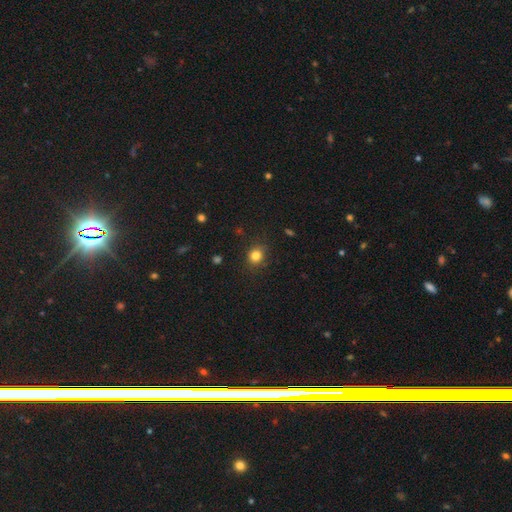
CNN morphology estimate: Smooth or featured? Predicted: smooth (p=0.82). How rounded? Predicted: round (p=0.74). Merging? Predicted: none (p=0.83).